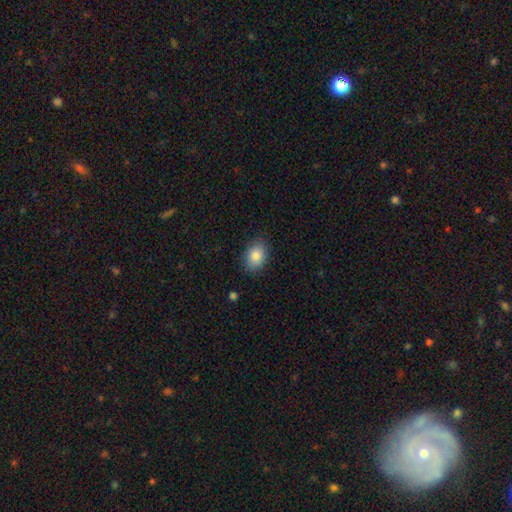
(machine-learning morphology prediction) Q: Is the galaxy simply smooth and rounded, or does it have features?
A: smooth — 85%.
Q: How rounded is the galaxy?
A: in between — 78%.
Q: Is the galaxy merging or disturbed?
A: none — 85%.